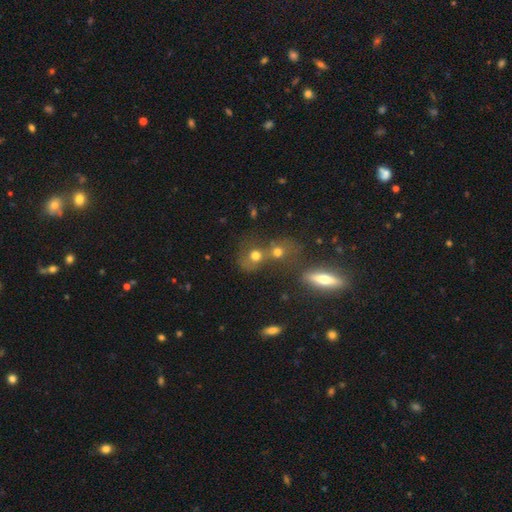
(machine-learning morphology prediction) A smooth galaxy with no disk features (66%) that is round (69%).

Vote fractions:
- Smooth or featured? smooth: 66% / star or artifact: 17% / featured or disk: 17%
- How rounded? round: 69% / in between: 29% / cigar-shaped: 2%
- Merging? merger: 58% / none: 28% / minor disturbance: 8% / major disturbance: 7%